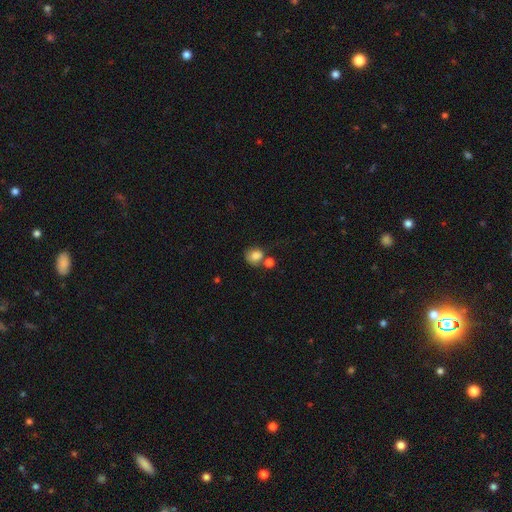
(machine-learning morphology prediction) Smooth or featured? Predicted: smooth (p=0.81). How rounded? Predicted: round (p=0.74). Merging? Predicted: none (p=0.52).